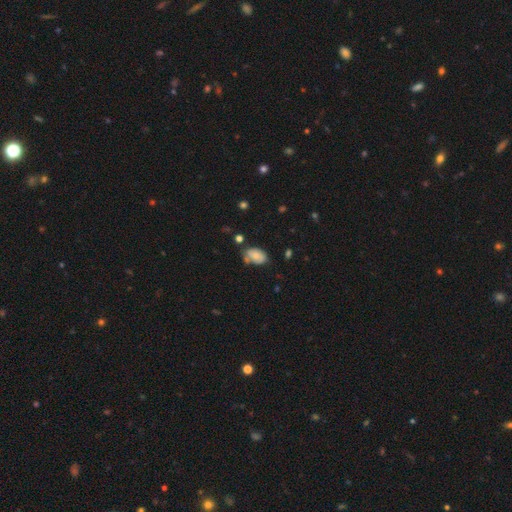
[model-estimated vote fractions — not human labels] Smooth or featured? Predicted: smooth (p=0.76). How rounded? Predicted: in between (p=0.91). Merging? Predicted: none (p=0.55).